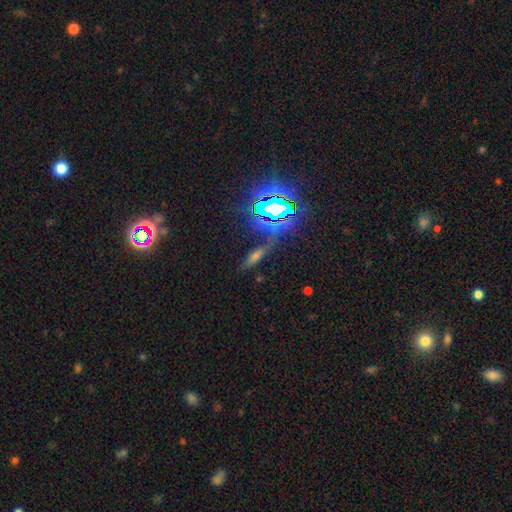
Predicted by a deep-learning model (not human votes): Smooth or featured? star or artifact (38%, tied with smooth)